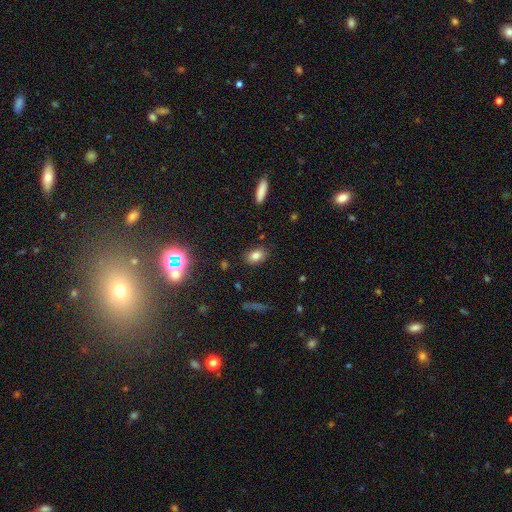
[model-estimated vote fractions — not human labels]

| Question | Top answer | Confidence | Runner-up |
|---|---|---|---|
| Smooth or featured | smooth | 78% | star or artifact (13%) |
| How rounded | in between | 81% | round (16%) |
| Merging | none | 86% | minor disturbance (10%) |